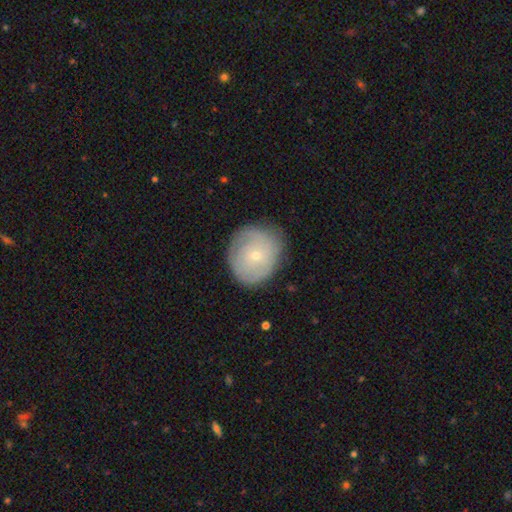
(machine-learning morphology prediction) Smooth or featured?
  - featured or disk: 51% *
  - smooth: 41%
  - star or artifact: 7%
Edge-on disk?
  - no: 97% *
  - yes: 3%
Merging?
  - none: 77% *
  - minor disturbance: 17%
  - major disturbance: 5%
  - merger: 1%